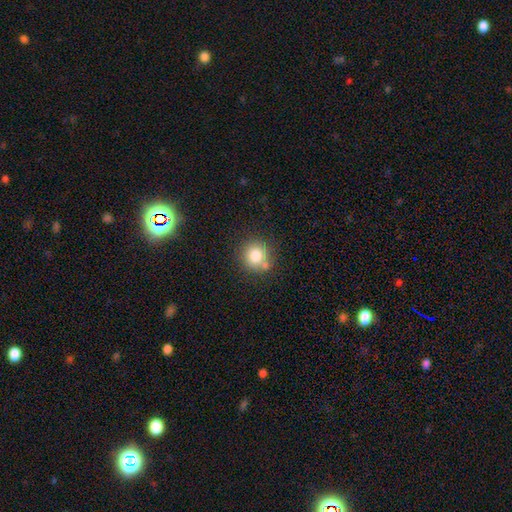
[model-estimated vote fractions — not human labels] Morphology: type=smooth (81%); roundness=round (91%); merging=none (71%).